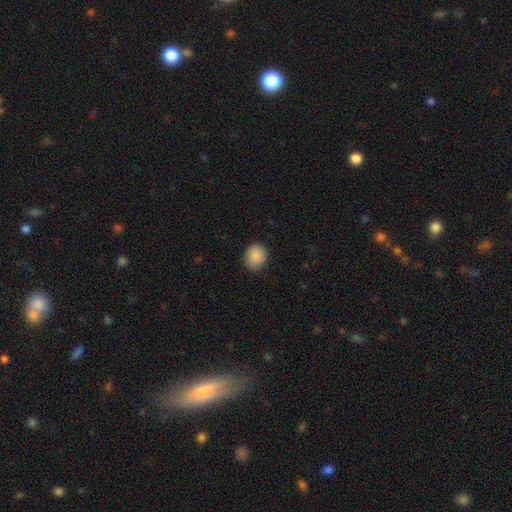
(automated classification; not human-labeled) smooth_or_featured: smooth (p=0.87) [alt: star or artifact p=0.08]
how_rounded: round (p=0.71) [alt: in between p=0.28]
merging: none (p=0.87) [alt: minor disturbance p=0.10]